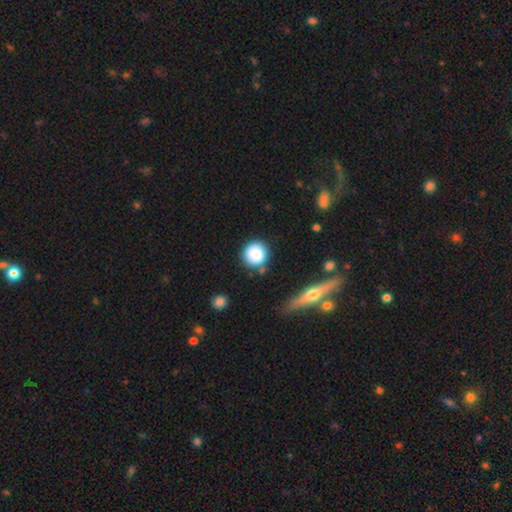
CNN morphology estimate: A smooth galaxy with no disk features (84%) that is round (93%). Merging: none (80%).